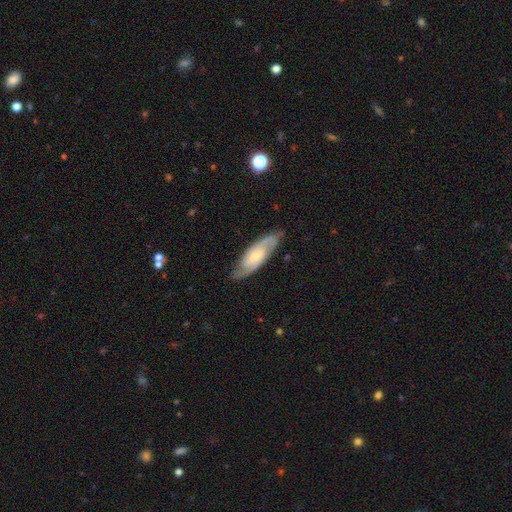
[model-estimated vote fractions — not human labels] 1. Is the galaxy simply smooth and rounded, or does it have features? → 78% featured or disk, 16% smooth, 5% star or artifact.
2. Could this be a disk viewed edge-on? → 90% no, 10% yes.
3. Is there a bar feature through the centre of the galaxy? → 53% no, 35% weak, 11% strong.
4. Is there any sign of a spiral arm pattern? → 95% yes, 5% no.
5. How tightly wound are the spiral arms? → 48% medium, 36% tight, 17% loose.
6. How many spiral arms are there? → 86% 2, 7% can't tell, 3% 3, 2% 1, 1% 4, 1% more than 4.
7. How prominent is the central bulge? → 61% small, 30% moderate, 5% none, 3% large, 1% dominant.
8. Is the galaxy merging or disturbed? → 81% none, 14% minor disturbance, 4% major disturbance, 1% merger.